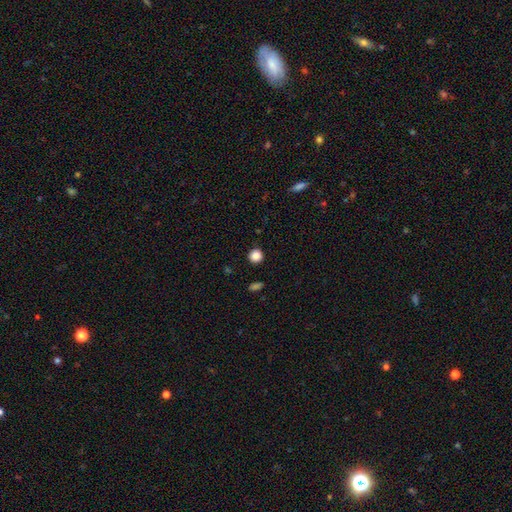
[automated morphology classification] Smooth or featured: smooth — 86% (star or artifact — 11%)
How rounded: round — 93% (in between — 6%)
Merging: none — 91% (minor disturbance — 6%)